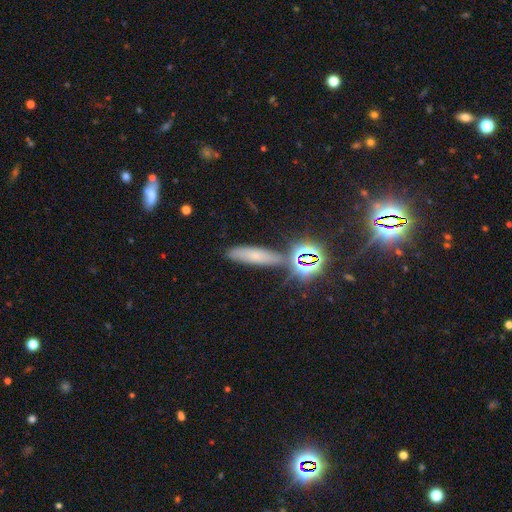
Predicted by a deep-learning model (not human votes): Smooth or featured?
  - smooth: 53% *
  - star or artifact: 29%
  - featured or disk: 18%
How rounded?
  - cigar-shaped: 62% *
  - in between: 30%
  - round: 7%
Merging?
  - none: 77% *
  - minor disturbance: 13%
  - merger: 7%
  - major disturbance: 4%